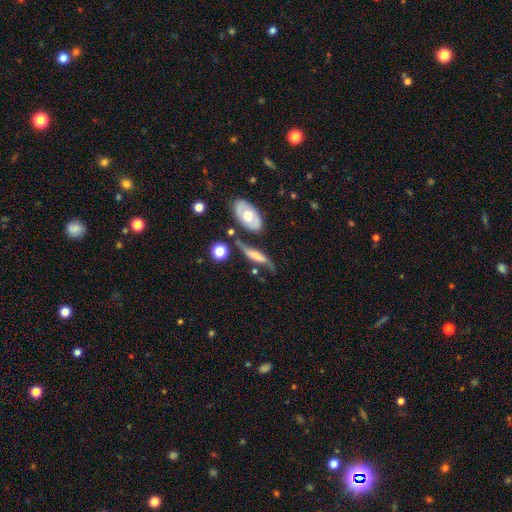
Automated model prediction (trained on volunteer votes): The model was most divided on "smooth or featured": featured or disk: 54%, smooth: 38%, star or artifact: 8%. Remaining: edge-on disk — no (58%); merging — none (49%).